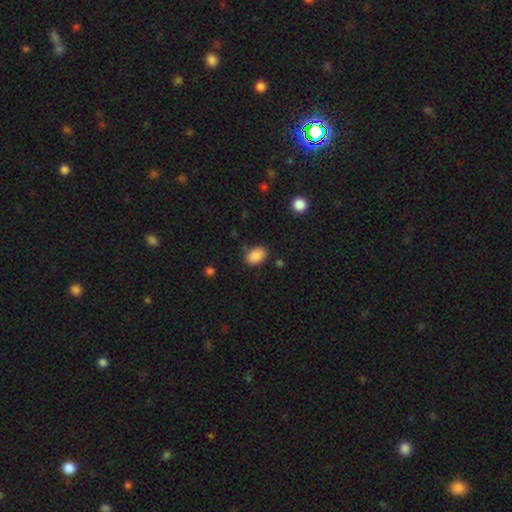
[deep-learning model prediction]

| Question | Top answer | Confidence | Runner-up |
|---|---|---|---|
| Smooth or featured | smooth | 88% | star or artifact (8%) |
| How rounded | in between | 83% | round (16%) |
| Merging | none | 80% | minor disturbance (15%) |